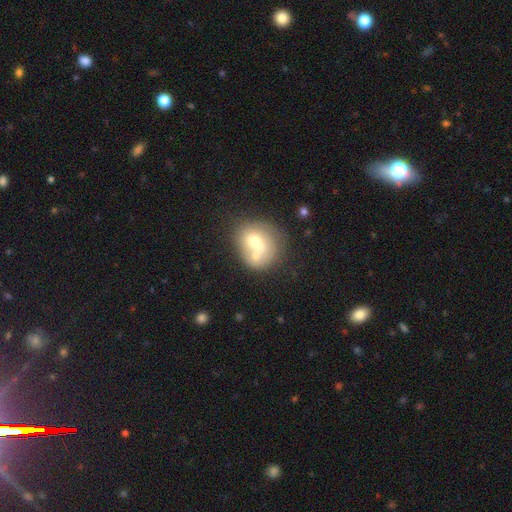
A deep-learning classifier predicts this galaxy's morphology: Smooth or featured?
  - smooth: 58% *
  - featured or disk: 32%
  - star or artifact: 9%
How rounded?
  - round: 70% *
  - in between: 29%
  - cigar-shaped: 1%
Merging?
  - merger: 55% *
  - none: 29%
  - minor disturbance: 10%
  - major disturbance: 5%